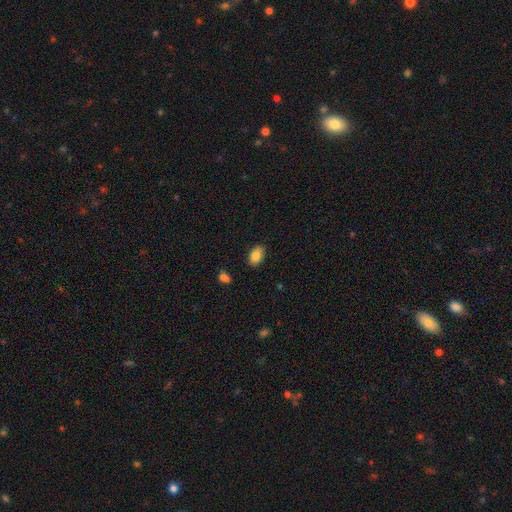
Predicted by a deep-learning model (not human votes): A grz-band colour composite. It shows a smooth galaxy with no disk features (84%) that is in between round and cigar-shaped (90%). Merging: none (85%).